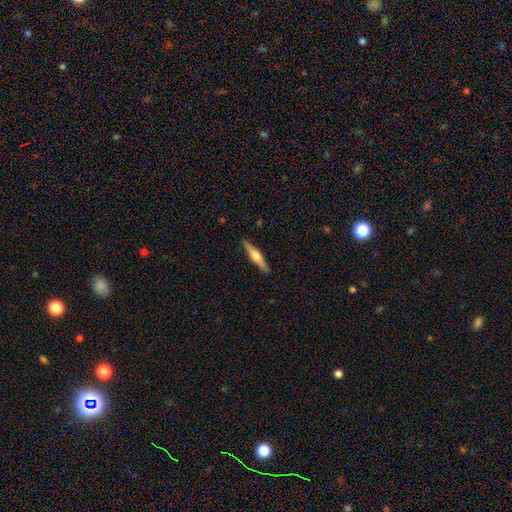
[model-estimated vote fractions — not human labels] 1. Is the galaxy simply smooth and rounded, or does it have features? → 62% featured or disk, 32% smooth, 5% star or artifact.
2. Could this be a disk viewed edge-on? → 97% yes, 3% no.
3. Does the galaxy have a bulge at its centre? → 92% rounded, 5% boxy, 3% none.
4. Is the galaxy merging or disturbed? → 91% none, 7% minor disturbance, 1% major disturbance, 1% merger.